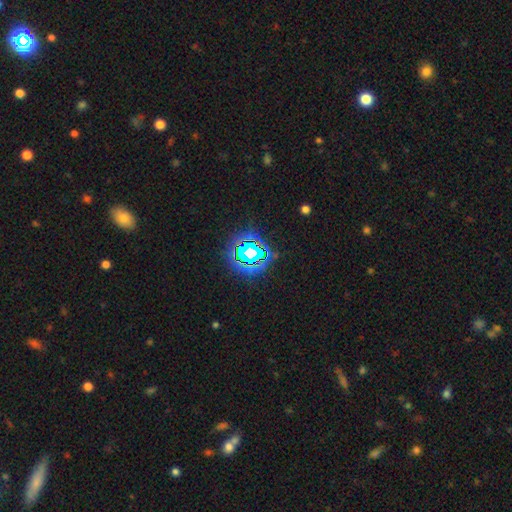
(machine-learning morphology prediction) Smooth or featured: star or artifact — 69% (smooth — 18%)